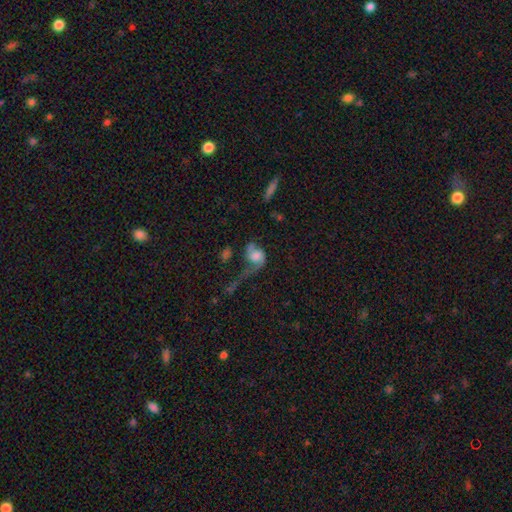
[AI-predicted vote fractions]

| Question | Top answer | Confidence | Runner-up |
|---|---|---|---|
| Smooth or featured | featured or disk | 56% | smooth (35%) |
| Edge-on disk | no | 96% | yes (4%) |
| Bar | no | 70% | weak (25%) |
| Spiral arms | yes | 80% | no (20%) |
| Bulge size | moderate | 30% | tied: large (30%) |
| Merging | major disturbance | 53% | none (22%) |